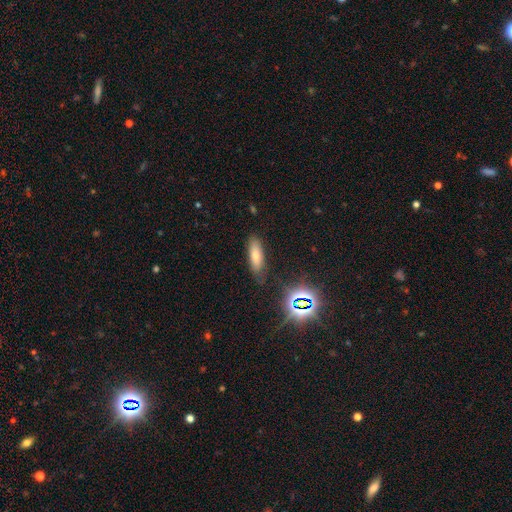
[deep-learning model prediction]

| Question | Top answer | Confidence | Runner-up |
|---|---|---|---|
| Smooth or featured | smooth | 69% | featured or disk (16%) |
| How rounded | in between | 55% | cigar-shaped (42%) |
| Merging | none | 78% | minor disturbance (15%) |